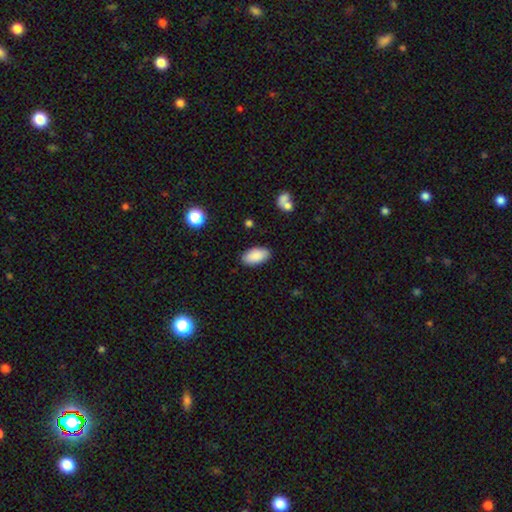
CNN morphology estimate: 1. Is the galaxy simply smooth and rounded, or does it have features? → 89% smooth, 6% star or artifact, 5% featured or disk.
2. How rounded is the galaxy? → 95% in between, 3% cigar-shaped, 3% round.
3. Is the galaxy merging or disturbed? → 87% none, 9% minor disturbance, 2% major disturbance, 1% merger.